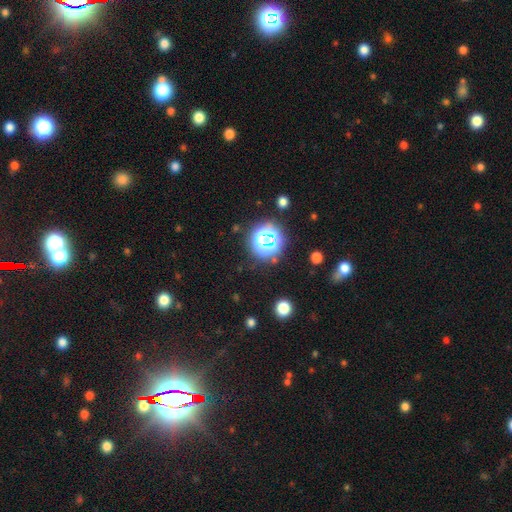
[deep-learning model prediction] A star or artifact, not a galaxy (79%).

Vote fractions:
- Smooth or featured? star or artifact: 79% / smooth: 14% / featured or disk: 7%